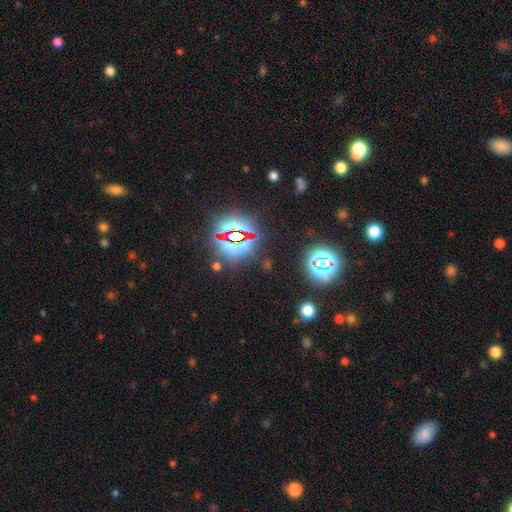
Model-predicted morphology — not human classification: A star or artifact, not a galaxy (79%).

Vote fractions:
- Smooth or featured? star or artifact: 79% / smooth: 13% / featured or disk: 8%